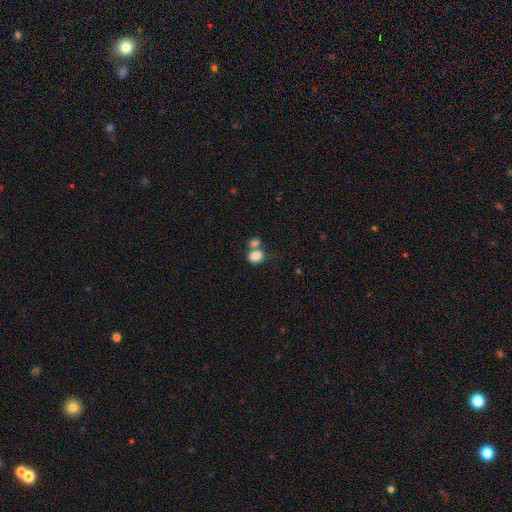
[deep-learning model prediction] A smooth galaxy with no disk features (83%) that is in between round and cigar-shaped (58%).

Vote fractions:
- Smooth or featured? smooth: 83% / star or artifact: 9% / featured or disk: 8%
- How rounded? in between: 58% / round: 41% / cigar-shaped: 1%
- Merging? merger: 52% / none: 32% / minor disturbance: 10% / major disturbance: 5%